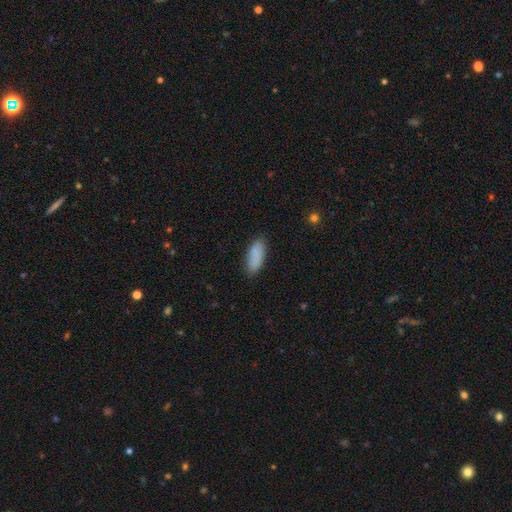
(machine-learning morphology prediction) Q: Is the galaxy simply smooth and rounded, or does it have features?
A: smooth — 87%.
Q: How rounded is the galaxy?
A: in between — 76%.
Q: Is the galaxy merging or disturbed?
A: none — 83%.